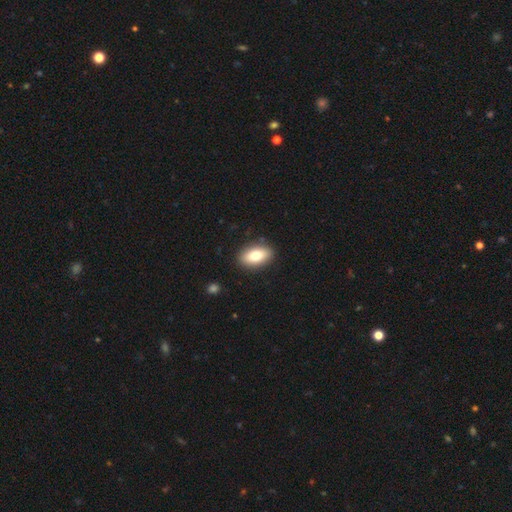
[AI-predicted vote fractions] A smooth galaxy with no disk features (80%) that is in between round and cigar-shaped (91%). Merging: none (89%).